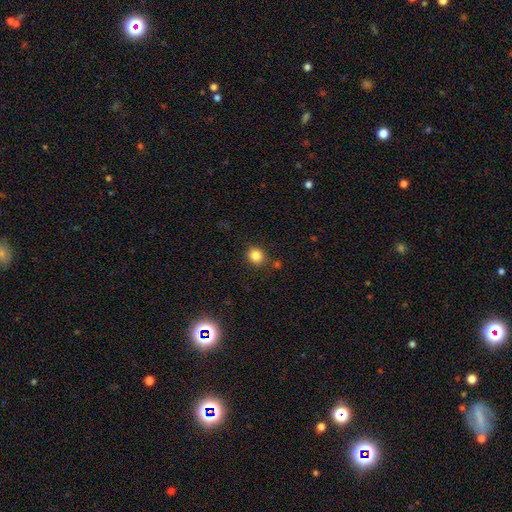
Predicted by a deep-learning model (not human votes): Smooth or featured?
  - smooth: 84% *
  - star or artifact: 11%
  - featured or disk: 5%
How rounded?
  - round: 71% *
  - in between: 28%
  - cigar-shaped: 1%
Merging?
  - none: 84% *
  - minor disturbance: 10%
  - merger: 4%
  - major disturbance: 3%